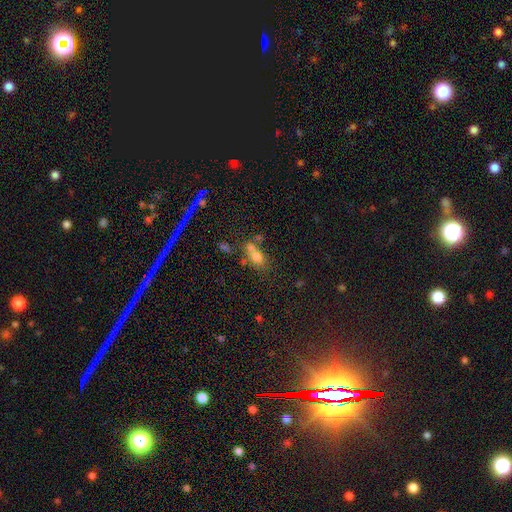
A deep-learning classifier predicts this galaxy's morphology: smooth-or-featured: smooth: 66% | featured or disk: 17% | star or artifact: 17%
  how-rounded: in between: 68% | round: 25% | cigar-shaped: 7%
  merging: merger: 43% | none: 38% | minor disturbance: 12% | major disturbance: 7%